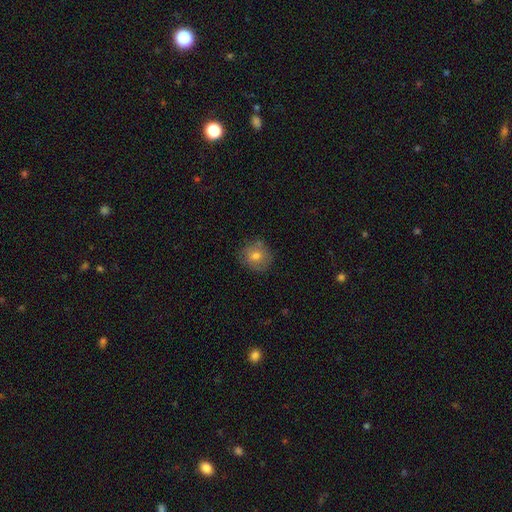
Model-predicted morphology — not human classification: Smooth or featured: smooth — 72% (featured or disk — 18%)
How rounded: round — 82% (in between — 17%)
Merging: none — 77% (minor disturbance — 17%)